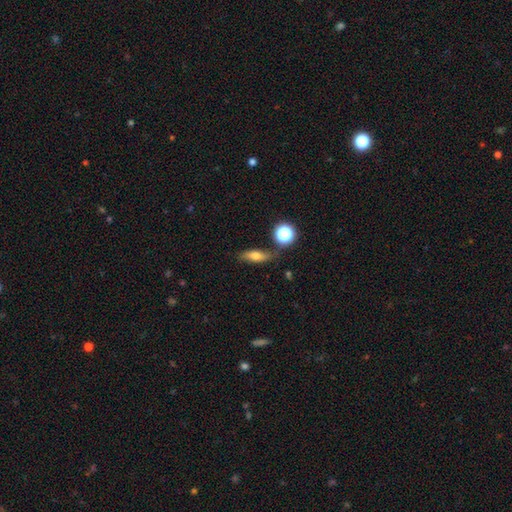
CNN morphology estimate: Overall: smooth (65%). How rounded: in between (54%; cigar-shaped 36%). Merging: none (74%).